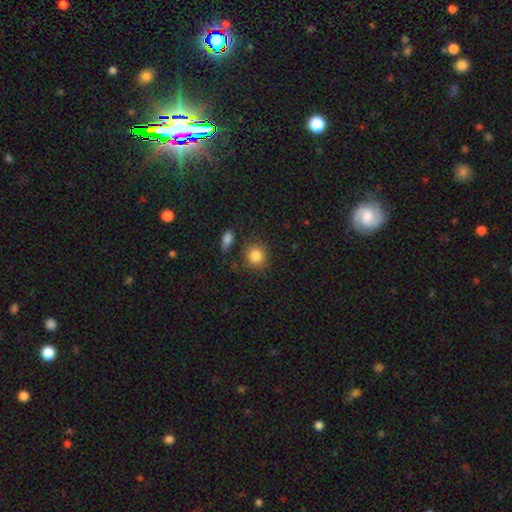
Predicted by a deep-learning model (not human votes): Q: Smooth or featured?
A: smooth (85%); runner-up: star or artifact (9%)
Q: How rounded?
A: round (83%); runner-up: in between (15%)
Q: Merging?
A: none (79%); runner-up: minor disturbance (12%)